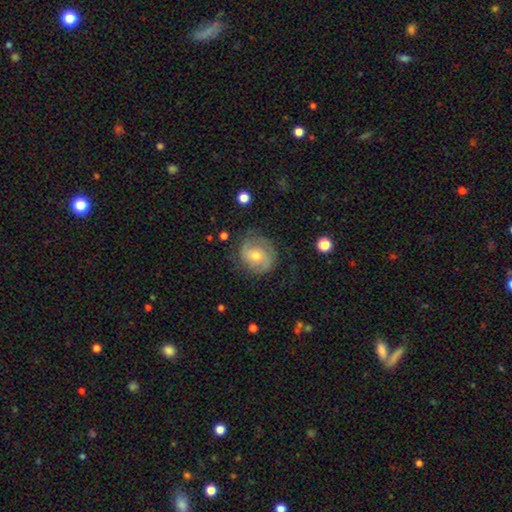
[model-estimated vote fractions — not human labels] smooth-or-featured: featured or disk: 54% | smooth: 38% | star or artifact: 8%
  disk-edge-on: no: 96% | yes: 4%
    bar: no: 64% | weak: 28% | strong: 7%
    has-spiral-arms: yes: 71% | no: 29%
    bulge-size: moderate: 53% | small: 42% | large: 3% | none: 1% | dominant: 1%
  merging: none: 64% | minor disturbance: 22% | major disturbance: 12% | merger: 1%